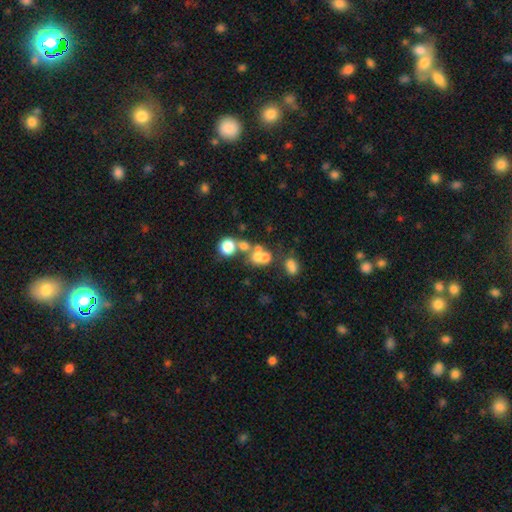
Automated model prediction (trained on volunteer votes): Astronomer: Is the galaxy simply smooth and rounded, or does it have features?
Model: star or artifact — 52% (runner-up: smooth, 36%).